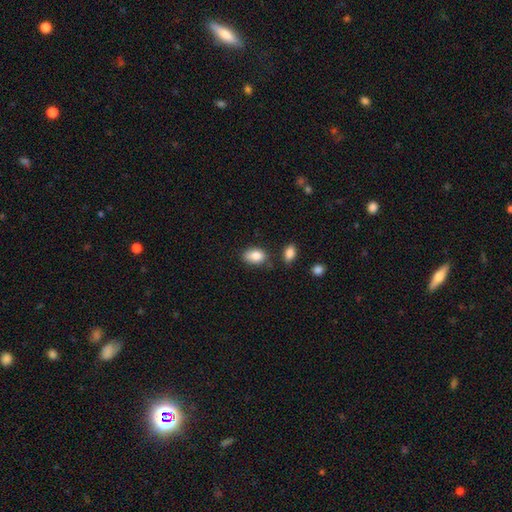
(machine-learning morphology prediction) Smooth or featured: smooth — 86% (star or artifact — 8%)
How rounded: in between — 85% (round — 13%)
Merging: none — 68% (minor disturbance — 21%)